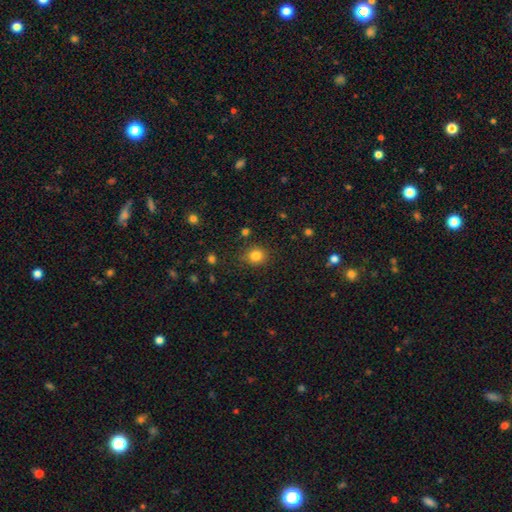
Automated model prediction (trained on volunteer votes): Smooth or featured: smooth — 83% (star or artifact — 12%)
How rounded: round — 77% (in between — 22%)
Merging: none — 84% (minor disturbance — 11%)